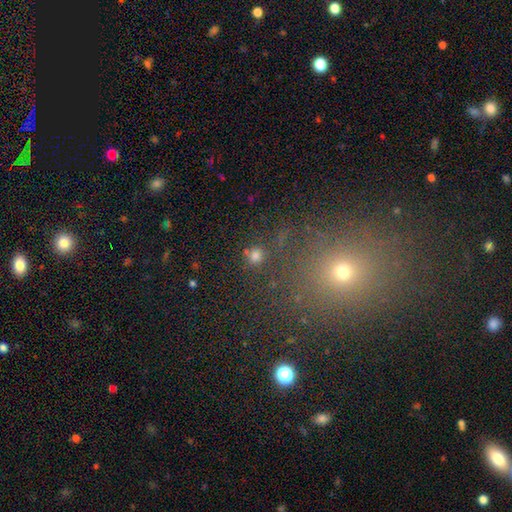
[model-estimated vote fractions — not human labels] This is likely a smooth galaxy (68%). How rounded: clearly round (90%). Merging: likely none (79%).